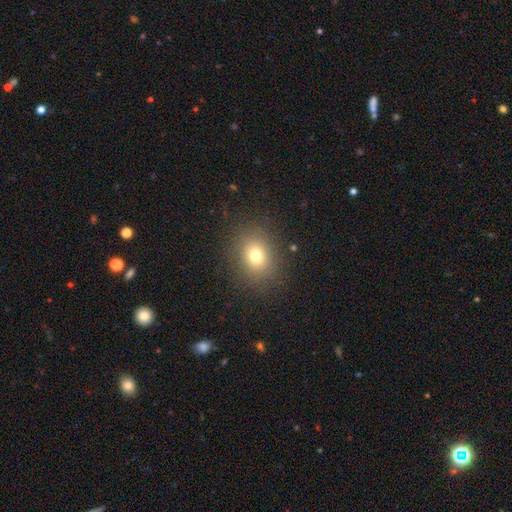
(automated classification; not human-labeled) A smooth galaxy with no disk features (74%) that is round (58%).

Vote fractions:
- Smooth or featured? smooth: 74% / star or artifact: 15% / featured or disk: 11%
- How rounded? round: 58% / in between: 41% / cigar-shaped: 1%
- Merging? none: 86% / minor disturbance: 9% / major disturbance: 5% / merger: 1%